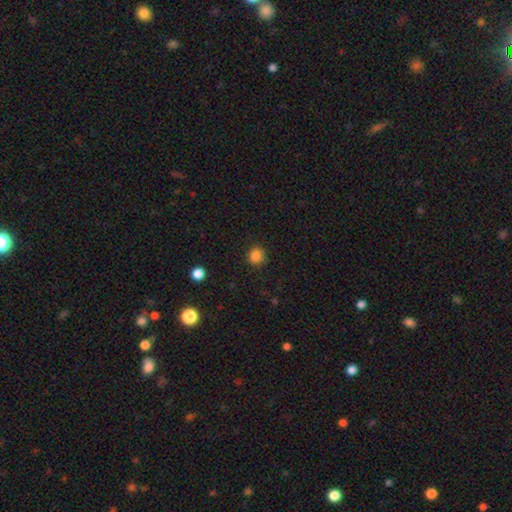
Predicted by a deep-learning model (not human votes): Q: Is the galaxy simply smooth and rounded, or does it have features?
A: smooth — 85%.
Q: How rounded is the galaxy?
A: round — 83%.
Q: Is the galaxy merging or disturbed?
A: none — 83%.